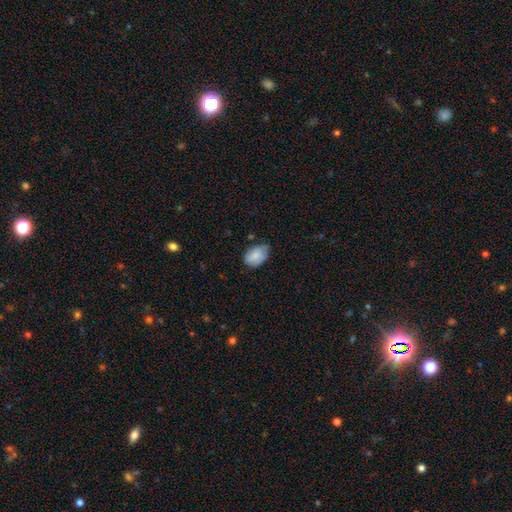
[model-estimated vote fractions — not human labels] Overall: smooth (82%). How rounded: in between (84%). Merging: none (54%; minor disturbance 38%).